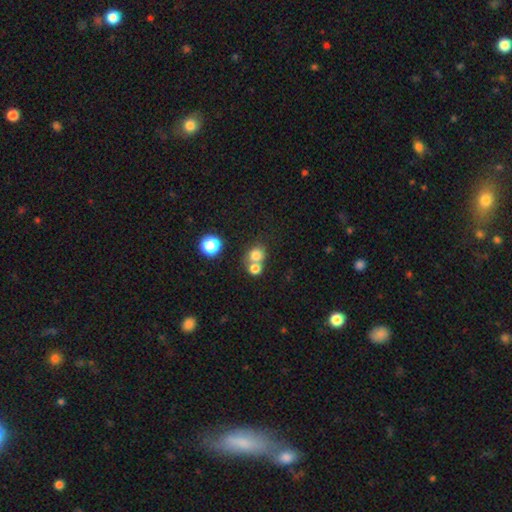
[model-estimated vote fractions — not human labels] This is likely a smooth galaxy (77%). How rounded: clearly round (82%). Merging: possibly merger (50%).